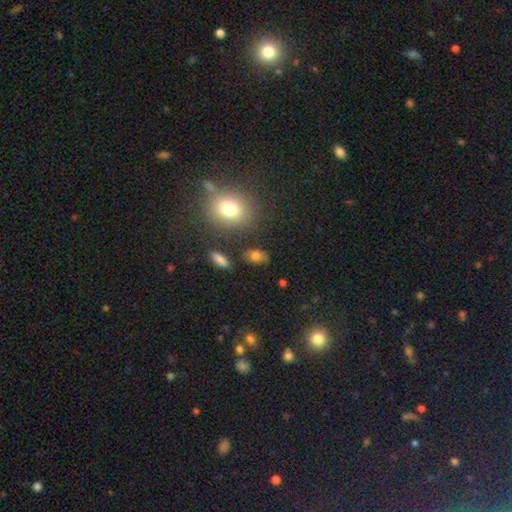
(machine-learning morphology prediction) This appears to be a smooth galaxy with no disk features (76%) that is in between round and cigar-shaped (77%). Merging: none (75%).